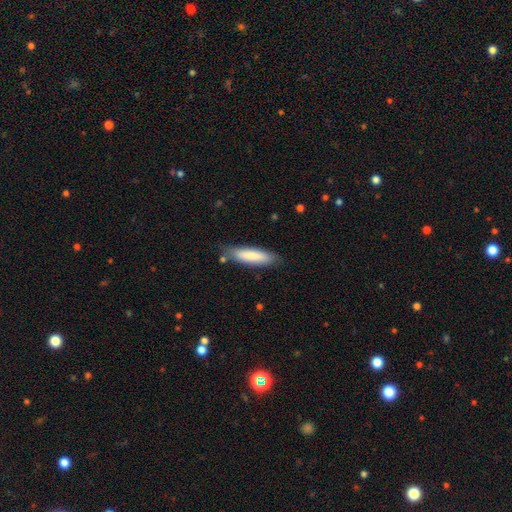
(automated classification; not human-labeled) A smooth galaxy with no disk features (83%) that is cigar-shaped (68%).

Vote fractions:
- Smooth or featured? smooth: 83% / featured or disk: 12% / star or artifact: 5%
- How rounded? cigar-shaped: 68% / in between: 31% / round: 1%
- Merging? none: 79% / minor disturbance: 15% / major disturbance: 3% / merger: 3%